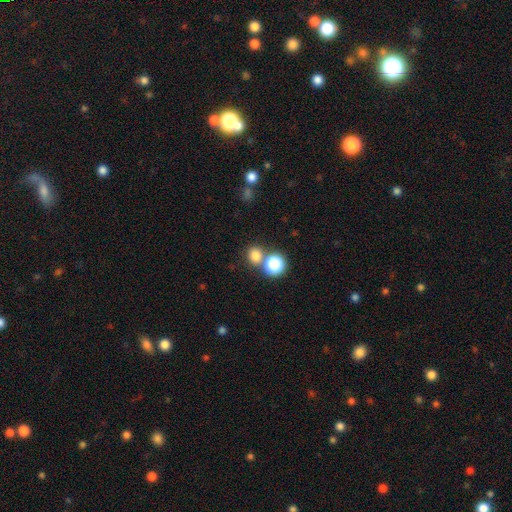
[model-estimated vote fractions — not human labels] This appears to be a smooth galaxy with no disk features (75%) that is round (83%). Merging: none (64%).